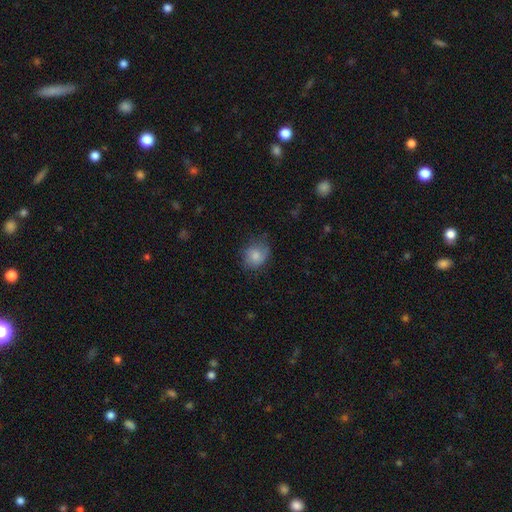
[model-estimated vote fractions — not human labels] Morphology: type=smooth (80%); roundness=round (68%); merging=none (64%).